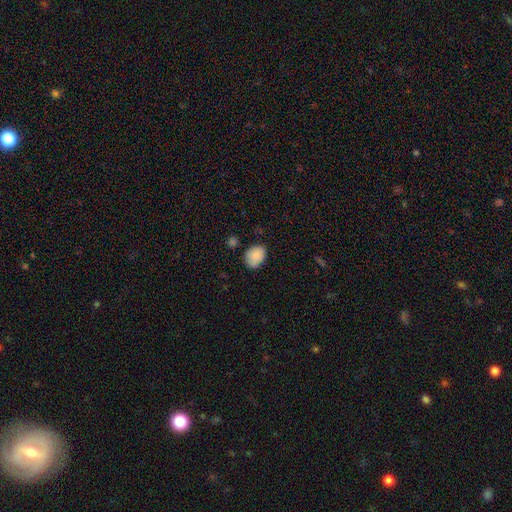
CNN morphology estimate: smooth 82%, featured or disk 10%, star or artifact 8%. Down the decision tree: how rounded — in between (66%); merging — none (66%).